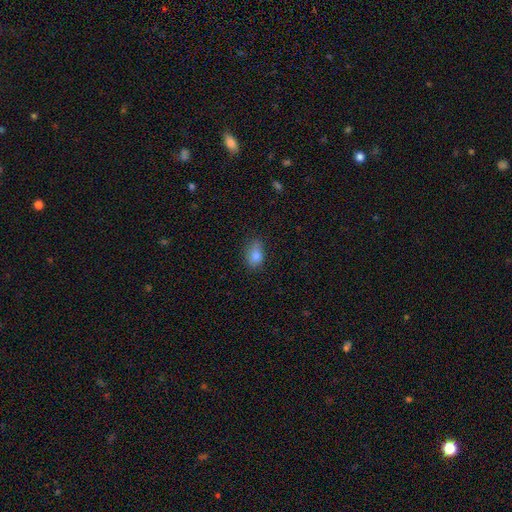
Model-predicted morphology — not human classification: Smooth or featured? Predicted: smooth (p=0.82). How rounded? Predicted: in between (p=0.80). Merging? Predicted: none (p=0.65).